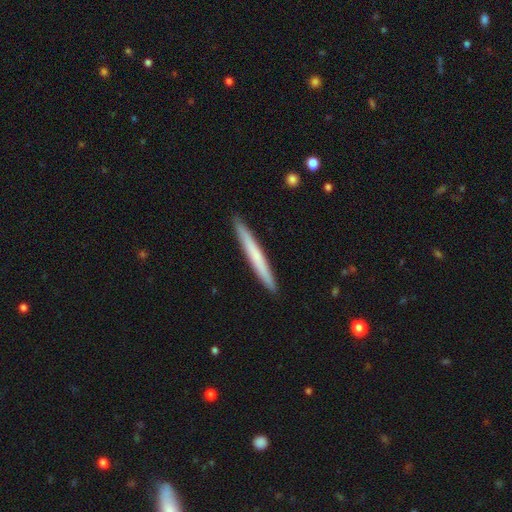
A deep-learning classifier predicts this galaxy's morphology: type=smooth (59%); roundness=cigar-shaped (97%); merging=none (92%).